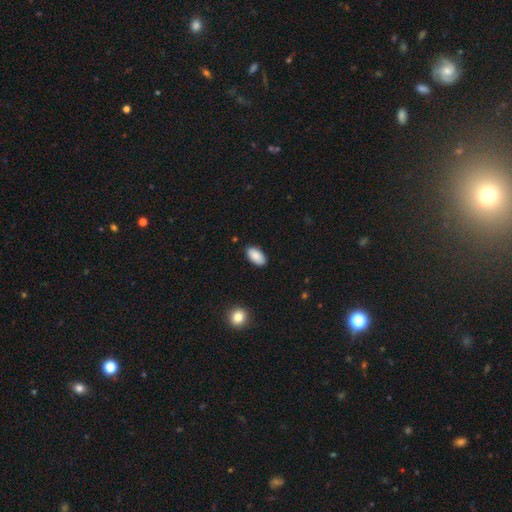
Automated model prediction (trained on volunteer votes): A smooth galaxy with no disk features (89%) that is in between round and cigar-shaped (95%). Merging: none (87%).